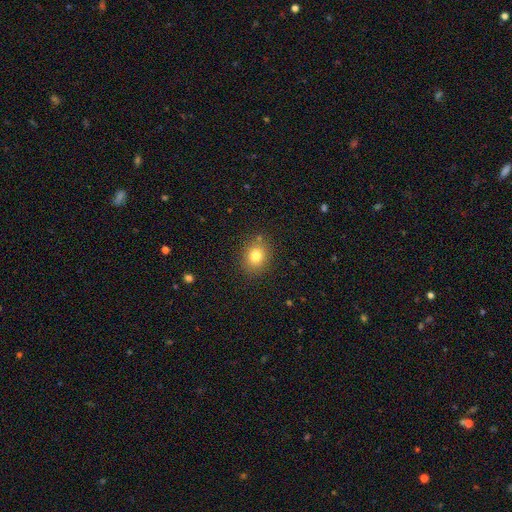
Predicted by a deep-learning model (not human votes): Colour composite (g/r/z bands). It shows a smooth galaxy with no disk features (80%) that is round (60%). Merging: none (84%).